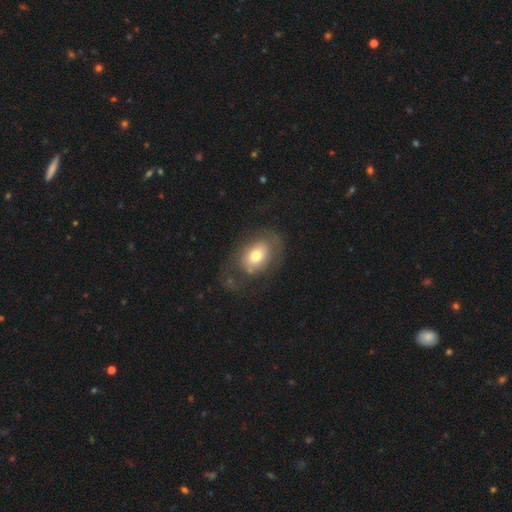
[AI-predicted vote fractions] This is possibly a smooth galaxy (57%). How rounded: likely in between (73%). Merging: possibly none (48%).